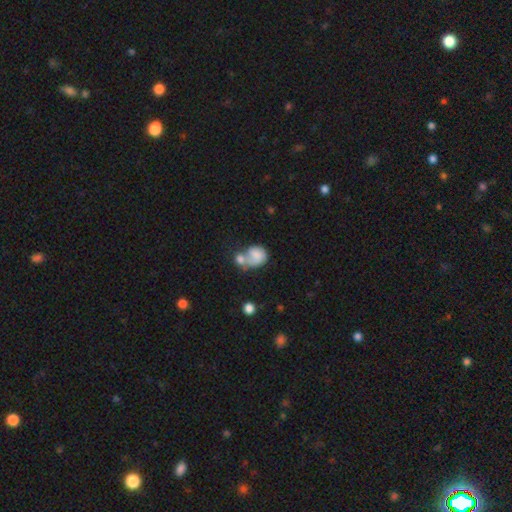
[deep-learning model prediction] smooth 68%, featured or disk 23%, star or artifact 8%. Down the decision tree: how rounded — round (50%); merging — merger (56%).